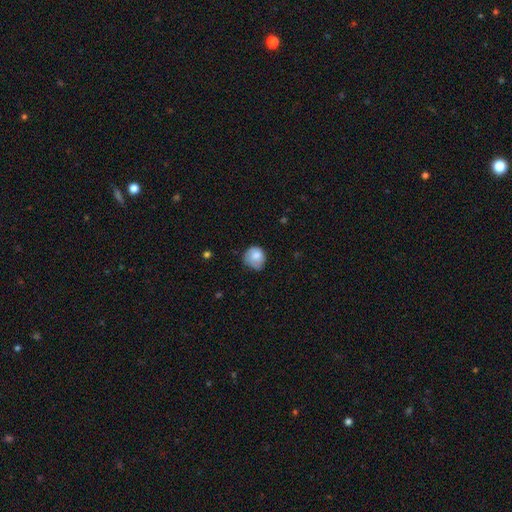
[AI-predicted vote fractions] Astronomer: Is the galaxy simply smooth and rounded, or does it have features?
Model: smooth — 72%.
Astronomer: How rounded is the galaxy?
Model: round — 75%.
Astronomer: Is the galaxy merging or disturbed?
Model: none — 50% (runner-up: minor disturbance, 35%).